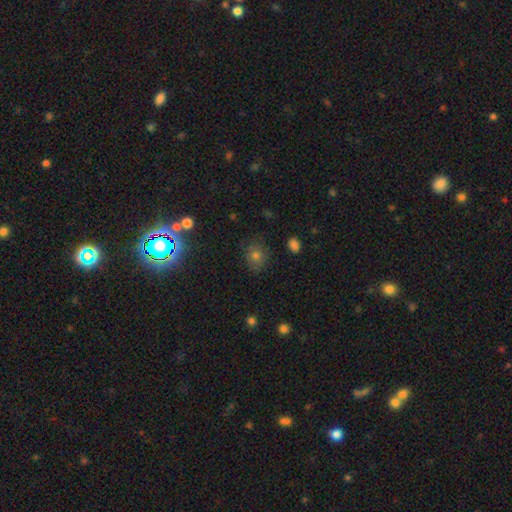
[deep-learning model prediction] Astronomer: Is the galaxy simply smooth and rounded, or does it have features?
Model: smooth — 64%.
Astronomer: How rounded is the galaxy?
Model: round — 70%.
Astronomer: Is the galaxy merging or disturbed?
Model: none — 81%.